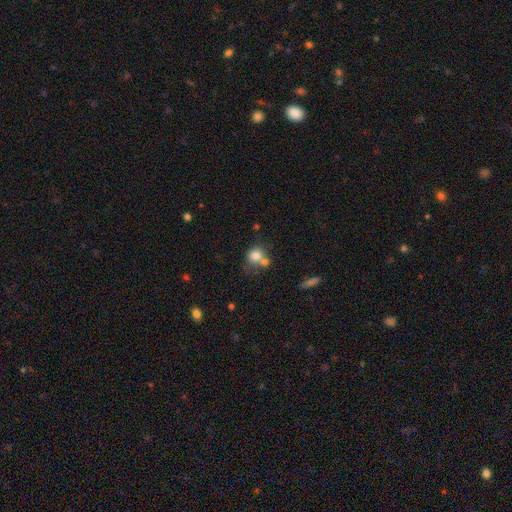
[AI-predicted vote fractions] smooth_or_featured: smooth (p=0.78) [alt: featured or disk p=0.11]
how_rounded: round (p=0.74) [alt: in between p=0.25]
merging: merger (p=0.41) [alt: none p=0.40]